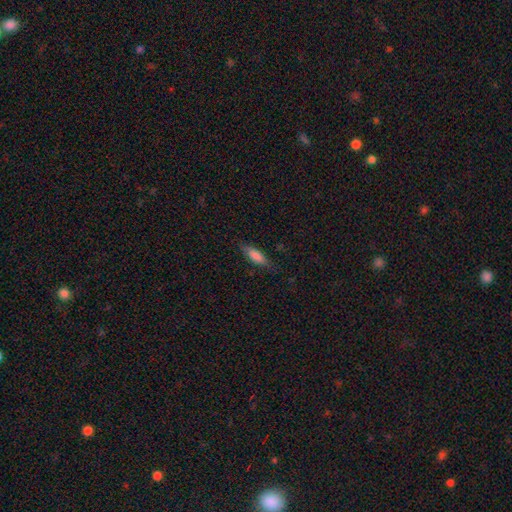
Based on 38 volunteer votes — smooth 74%, featured or disk 26%, star or artifact 0%. Down the decision tree: how rounded — in between (71%); merging — none (74%).